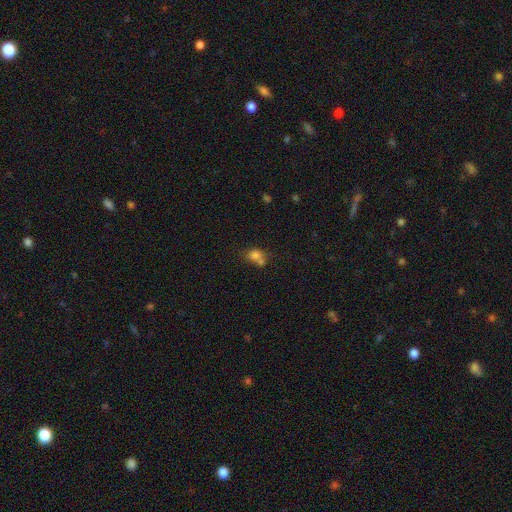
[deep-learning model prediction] smooth 75%, star or artifact 13%, featured or disk 12%. Down the decision tree: how rounded — round (60%); merging — merger (47%).